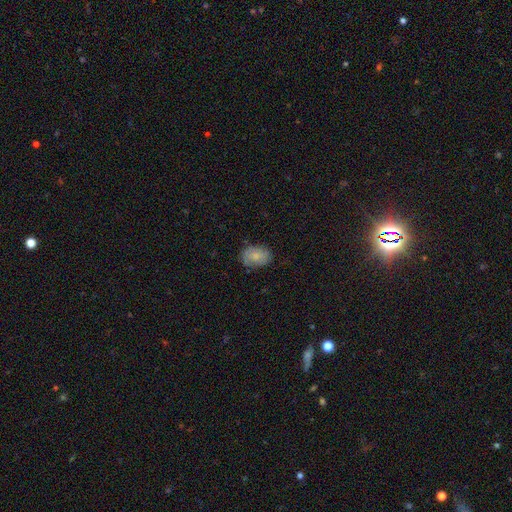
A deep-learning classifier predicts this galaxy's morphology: smooth_or_featured: smooth (p=0.66) [alt: featured or disk p=0.27]
how_rounded: in between (p=0.76) [alt: round p=0.23]
merging: none (p=0.74) [alt: minor disturbance p=0.21]